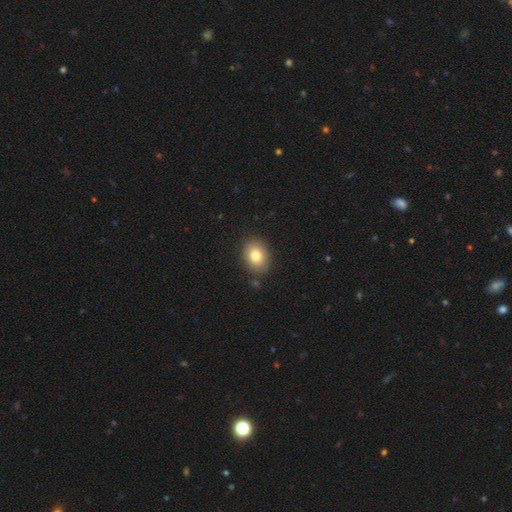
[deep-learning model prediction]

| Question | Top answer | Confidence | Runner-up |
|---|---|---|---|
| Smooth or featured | smooth | 80% | featured or disk (12%) |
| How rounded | in between | 68% | round (31%) |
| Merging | none | 85% | minor disturbance (10%) |